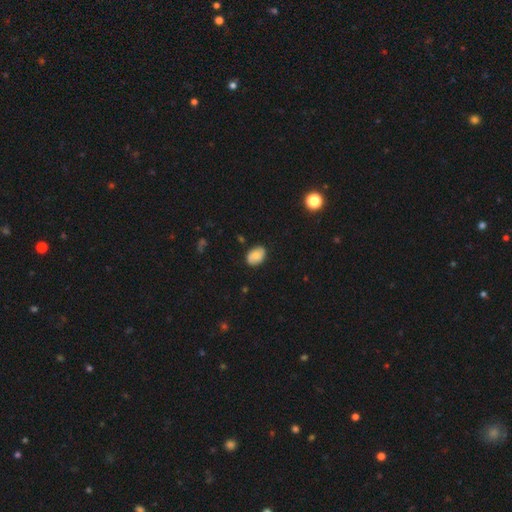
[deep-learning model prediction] smooth-or-featured: smooth: 76% | featured or disk: 16% | star or artifact: 8%
  how-rounded: in between: 83% | round: 16% | cigar-shaped: 1%
  merging: none: 82% | minor disturbance: 14% | major disturbance: 3% | merger: 1%